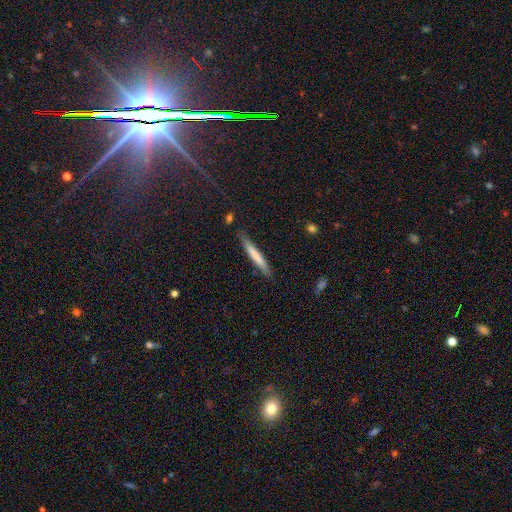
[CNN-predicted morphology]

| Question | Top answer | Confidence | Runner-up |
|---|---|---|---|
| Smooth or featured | smooth | 71% | featured or disk (23%) |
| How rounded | cigar-shaped | 96% | in between (3%) |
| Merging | none | 84% | minor disturbance (12%) |